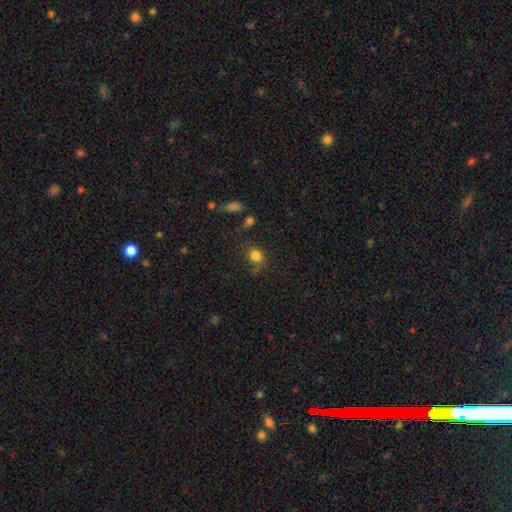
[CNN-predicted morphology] smooth_or_featured: smooth (p=0.81) [alt: star or artifact p=0.13]
how_rounded: round (p=0.80) [alt: in between p=0.19]
merging: none (p=0.73) [alt: minor disturbance p=0.15]